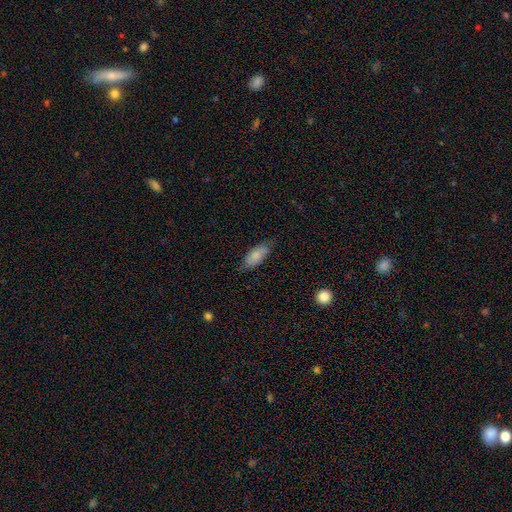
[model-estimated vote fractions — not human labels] smooth_or_featured: smooth (p=0.80) [alt: featured or disk p=0.14]
how_rounded: in between (p=0.81) [alt: cigar-shaped p=0.17]
merging: none (p=0.72) [alt: minor disturbance p=0.23]